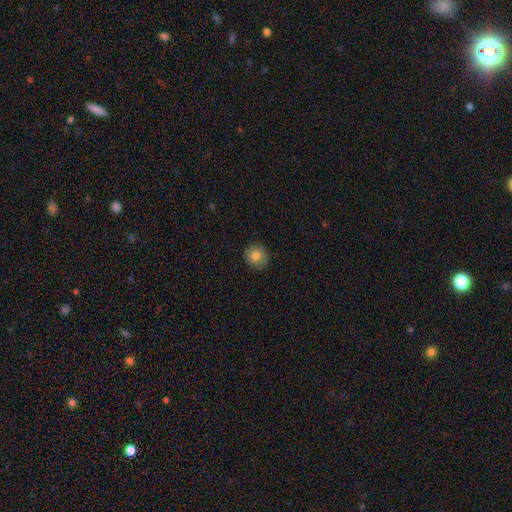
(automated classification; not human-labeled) Smooth or featured? smooth (80%)
How rounded? round (87%)
Merging? none (87%)